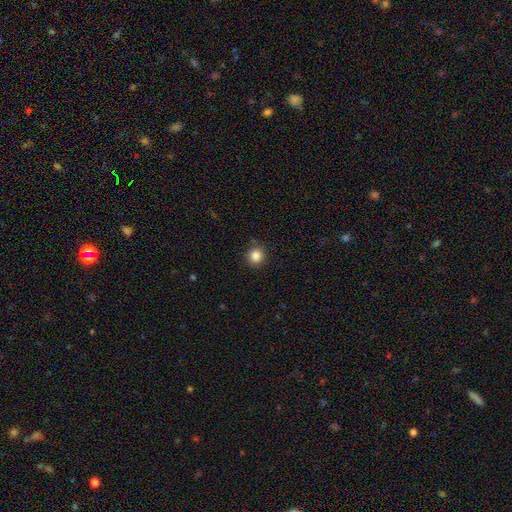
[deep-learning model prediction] Morphology: type=smooth (85%); roundness=round (91%); merging=none (87%).